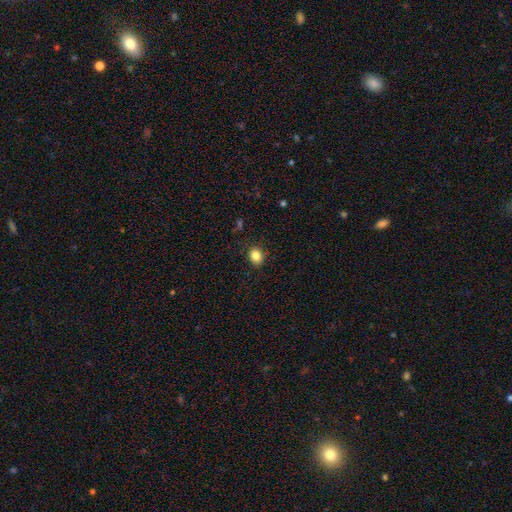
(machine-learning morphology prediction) The model was most divided on "how rounded": round: 58%, in between: 41%, cigar-shaped: 1%. More confident: merging — none (88%); smooth or featured — smooth (85%).